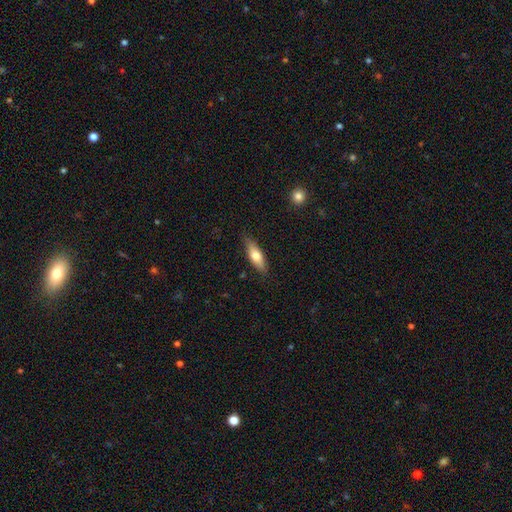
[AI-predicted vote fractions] Q: Smooth or featured?
A: smooth (64%); runner-up: featured or disk (30%)
Q: How rounded?
A: in between (52%); runner-up: cigar-shaped (45%)
Q: Merging?
A: none (84%); runner-up: minor disturbance (12%)